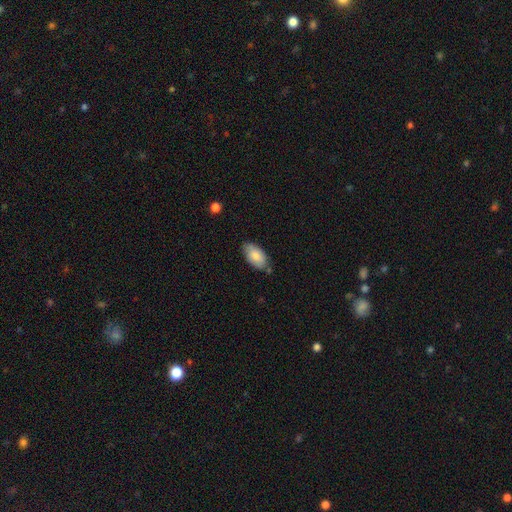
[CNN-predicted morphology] A smooth galaxy with no disk features (82%) that is in between round and cigar-shaped (94%). Merging: none (71%).